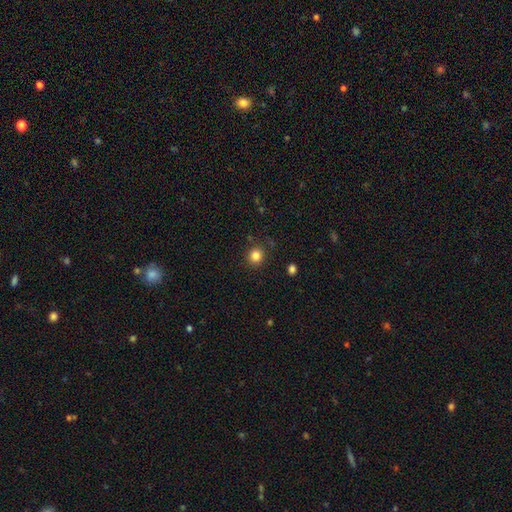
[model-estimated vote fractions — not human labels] Smooth or featured: smooth — 83% (star or artifact — 12%)
How rounded: round — 87% (in between — 12%)
Merging: none — 88% (minor disturbance — 8%)